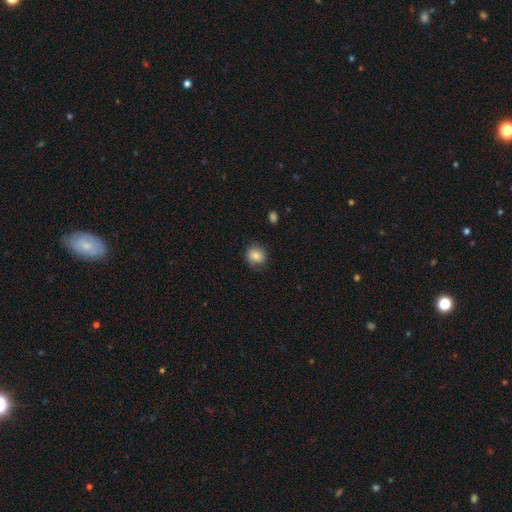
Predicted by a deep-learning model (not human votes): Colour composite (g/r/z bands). It shows a smooth galaxy with no disk features (81%) that is round (77%). Merging: none (76%).